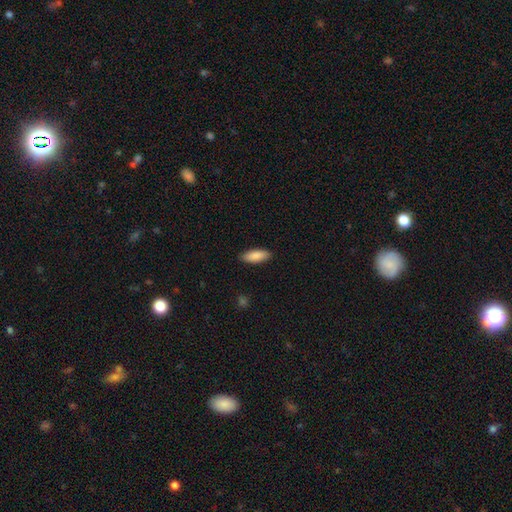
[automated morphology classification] Overall: smooth (89%). How rounded: in between (74%). Merging: none (89%).